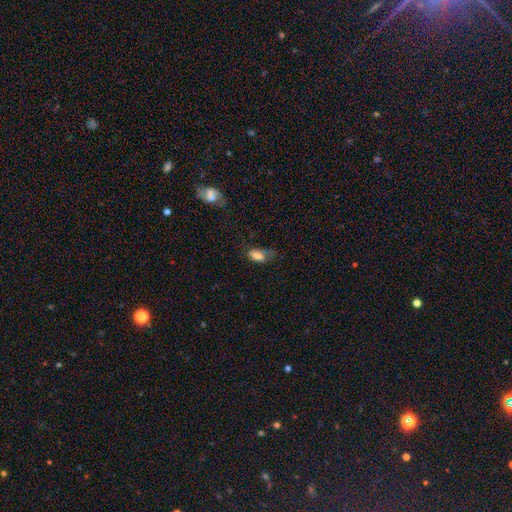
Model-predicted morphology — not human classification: Smooth or featured? smooth (77%)
How rounded? in between (86%)
Merging? none (39%)